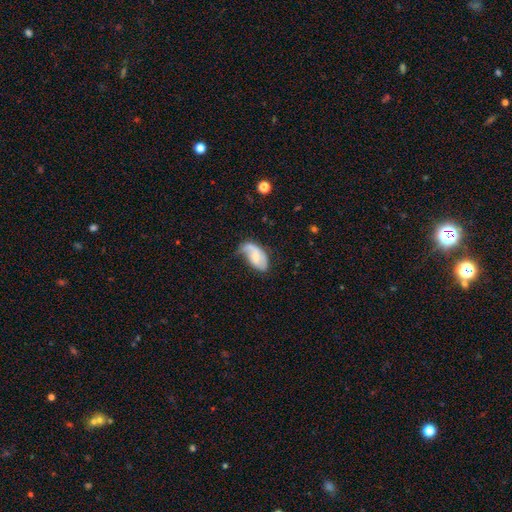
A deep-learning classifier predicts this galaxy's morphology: A featured or disk galaxy (53%) with no bar (61%), spiral arms (76%) and a small central bulge (51%).

Vote fractions:
- Smooth or featured? featured or disk: 53% / smooth: 41% / star or artifact: 6%
- Edge-on disk? no: 95% / yes: 5%
- Bar? no: 61% / weak: 31% / strong: 8%
- Spiral arms? yes: 76% / no: 24%
- Bulge size? small: 51% / moderate: 40% / none: 5% / large: 3% / dominant: 1%
- Merging? minor disturbance: 36% / none: 35% / major disturbance: 25% / merger: 4%